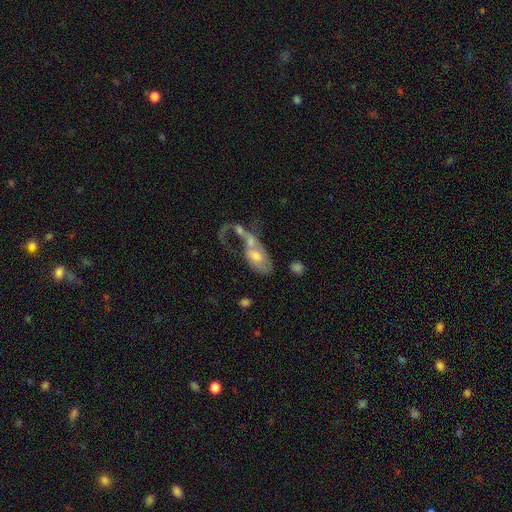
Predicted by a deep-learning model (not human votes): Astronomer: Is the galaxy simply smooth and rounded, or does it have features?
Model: featured or disk — 52% (runner-up: smooth, 40%).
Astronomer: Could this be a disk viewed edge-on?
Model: no — 91%.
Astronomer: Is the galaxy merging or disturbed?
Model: merger — 53%.